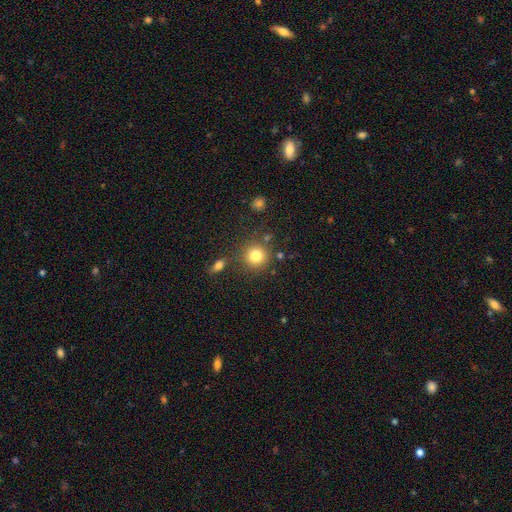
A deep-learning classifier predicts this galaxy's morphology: Smooth or featured? smooth (81%)
How rounded? round (92%)
Merging? none (81%)